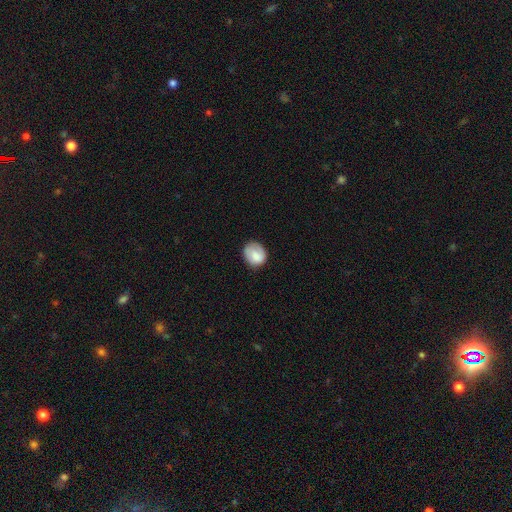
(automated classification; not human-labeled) This is likely a smooth galaxy (76%). How rounded: likely round (68%). Merging: likely none (72%).